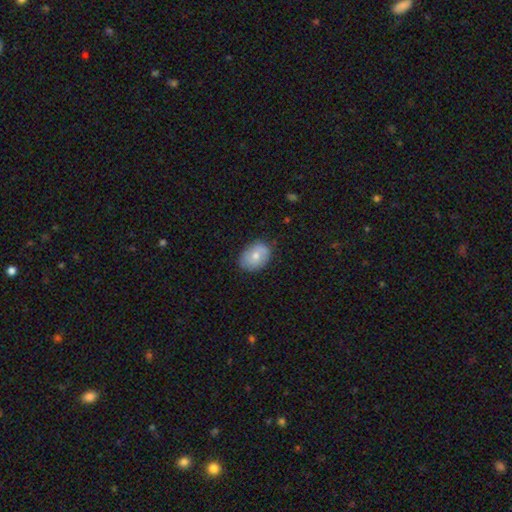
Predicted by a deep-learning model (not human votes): Smooth or featured? smooth (60%)
How rounded? in between (66%)
Merging? none (79%)